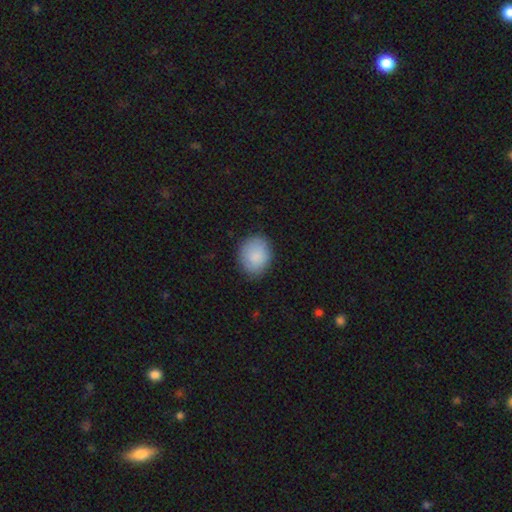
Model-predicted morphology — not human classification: Q: Smooth or featured?
A: smooth (86%); runner-up: featured or disk (7%)
Q: How rounded?
A: round (51%); runner-up: in between (48%)
Q: Merging?
A: none (82%); runner-up: minor disturbance (14%)